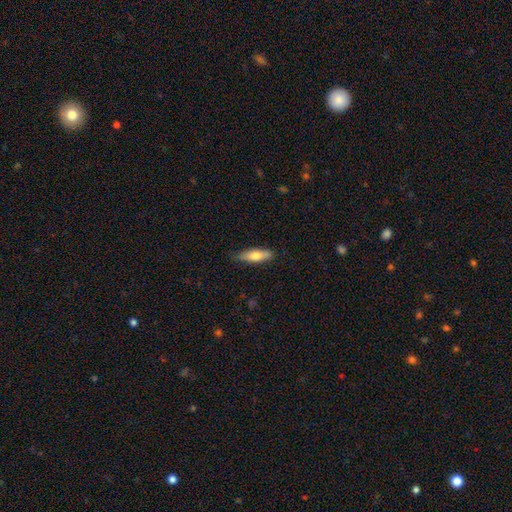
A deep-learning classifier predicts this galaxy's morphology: Smooth or featured: smooth — 70% (featured or disk — 25%)
How rounded: cigar-shaped — 51% (in between — 47%)
Merging: none — 77% (minor disturbance — 19%)